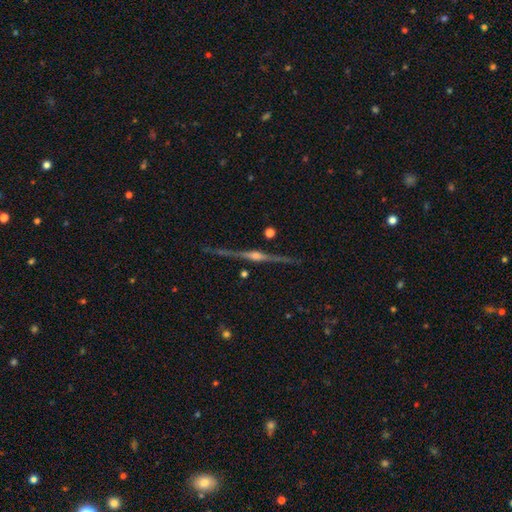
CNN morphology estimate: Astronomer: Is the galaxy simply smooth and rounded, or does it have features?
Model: featured or disk — 89%.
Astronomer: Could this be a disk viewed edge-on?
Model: yes — 98%.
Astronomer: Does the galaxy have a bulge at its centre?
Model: rounded — 91%.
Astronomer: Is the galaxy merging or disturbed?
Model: none — 90%.